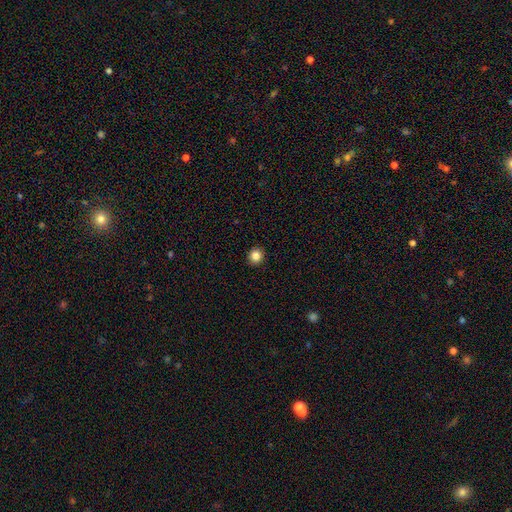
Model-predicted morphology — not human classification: Smooth or featured? Predicted: smooth (p=0.85). How rounded? Predicted: round (p=0.91). Merging? Predicted: none (p=0.93).